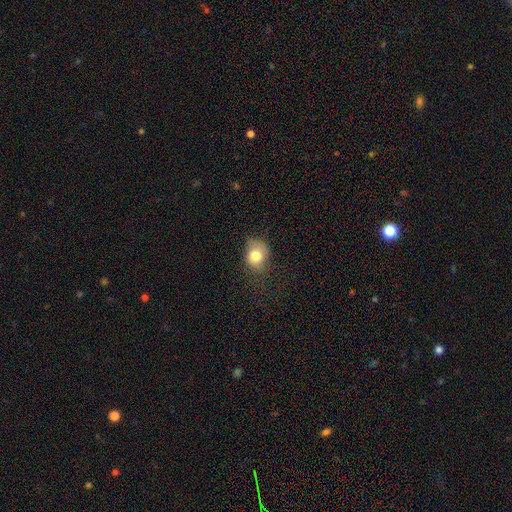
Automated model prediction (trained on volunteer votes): Smooth or featured: smooth — 79% (featured or disk — 11%)
How rounded: round — 51% (in between — 48%)
Merging: none — 51% (minor disturbance — 33%)